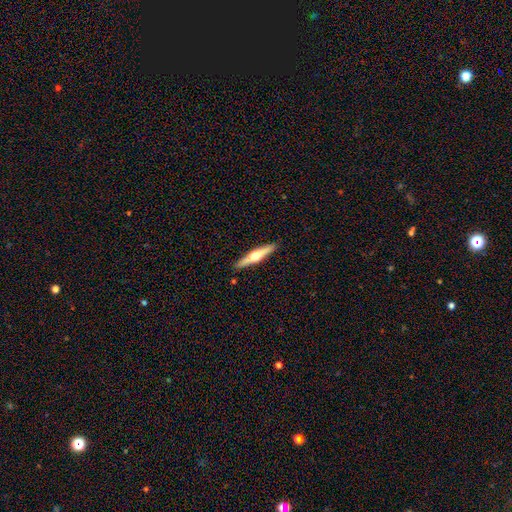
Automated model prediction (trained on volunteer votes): Smooth or featured: featured or disk — 63% (smooth — 32%)
Edge-on disk: yes — 97% (no — 3%)
Edge-on bulge: rounded — 92% (boxy — 4%)
Merging: none — 91% (minor disturbance — 7%)